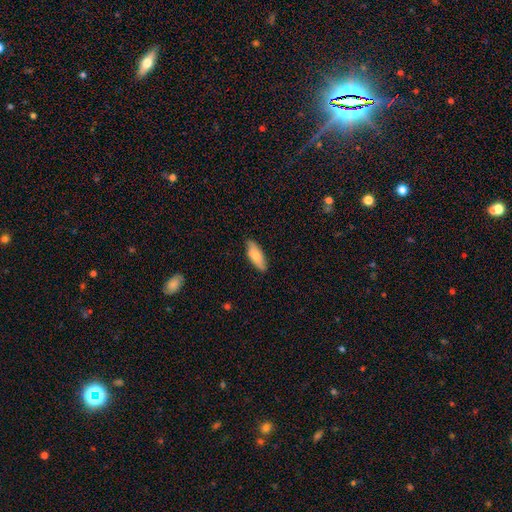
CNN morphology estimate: type=smooth (76%); roundness=in between (69%); merging=none (83%).